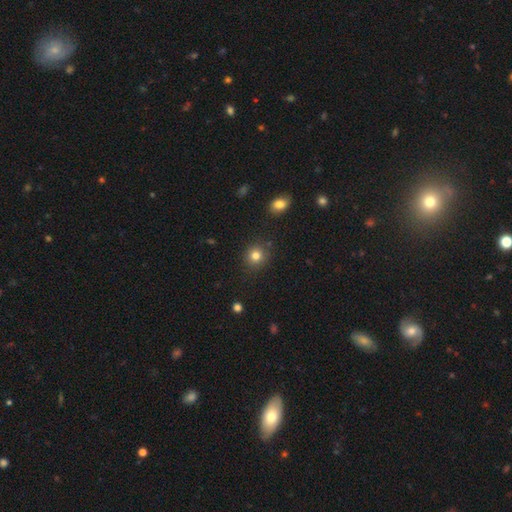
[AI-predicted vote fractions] smooth 81%, star or artifact 12%, featured or disk 7%. Down the decision tree: how rounded — round (89%); merging — none (87%).